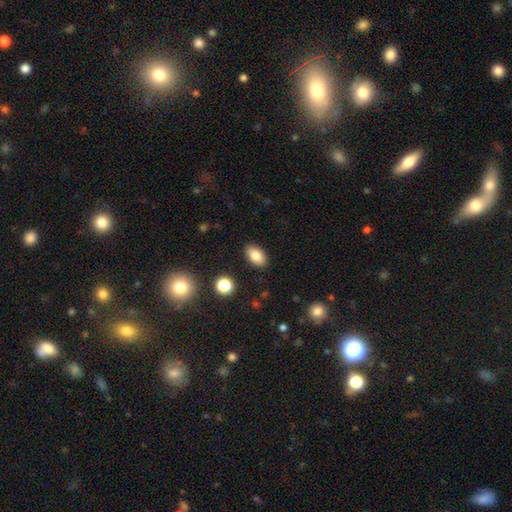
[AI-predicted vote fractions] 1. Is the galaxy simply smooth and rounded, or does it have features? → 82% smooth, 9% featured or disk, 9% star or artifact.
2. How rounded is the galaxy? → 91% in between, 7% round, 2% cigar-shaped.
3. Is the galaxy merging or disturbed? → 88% none, 8% minor disturbance, 2% major disturbance, 1% merger.